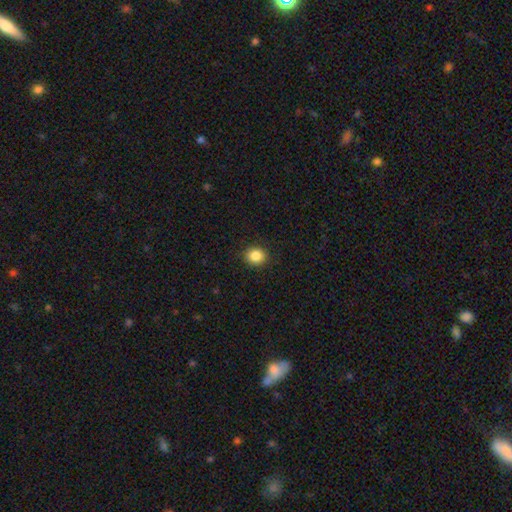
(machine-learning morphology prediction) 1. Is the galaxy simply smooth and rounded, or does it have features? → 86% smooth, 10% star or artifact, 5% featured or disk.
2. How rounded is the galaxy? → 76% round, 23% in between, 1% cigar-shaped.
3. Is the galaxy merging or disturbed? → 91% none, 6% minor disturbance, 2% major disturbance, 1% merger.